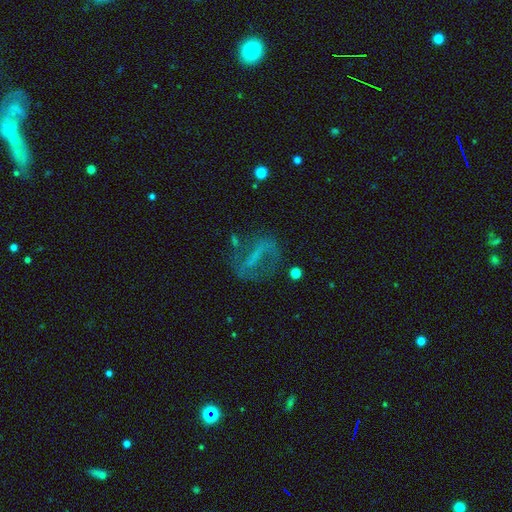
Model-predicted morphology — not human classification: Smooth or featured? Predicted: featured or disk (p=0.61). Edge-on disk? Predicted: no (p=0.90). Bar? Predicted: strong (p=0.52). Spiral arms? Predicted: yes (p=0.60). Bulge size? Predicted: none (p=0.63). Merging? Predicted: none (p=0.62).